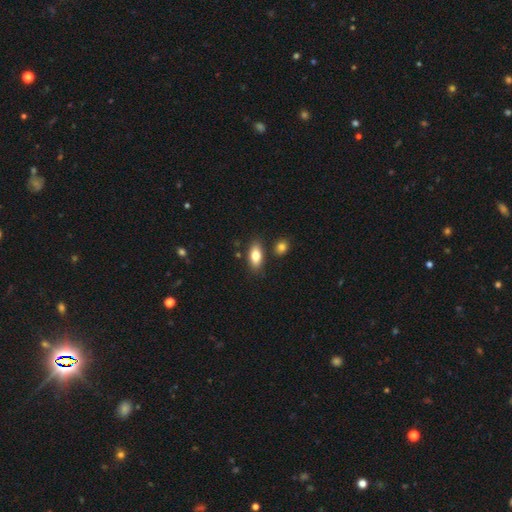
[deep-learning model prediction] A smooth galaxy with no disk features (79%) that is in between round and cigar-shaped (88%).

Vote fractions:
- Smooth or featured? smooth: 79% / featured or disk: 14% / star or artifact: 7%
- How rounded? in between: 88% / cigar-shaped: 8% / round: 4%
- Merging? none: 81% / minor disturbance: 11% / merger: 6% / major disturbance: 2%